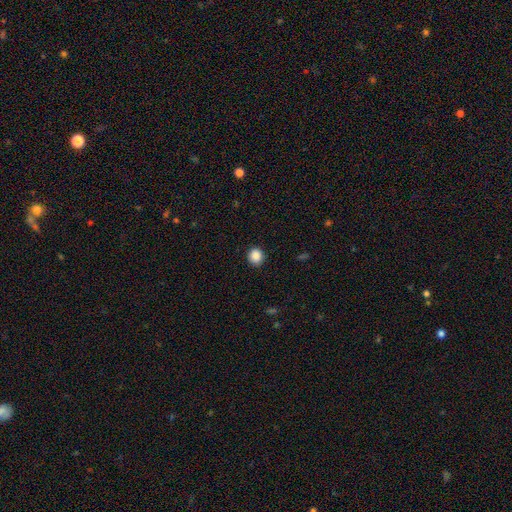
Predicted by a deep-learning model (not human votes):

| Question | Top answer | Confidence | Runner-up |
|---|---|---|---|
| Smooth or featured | smooth | 88% | star or artifact (9%) |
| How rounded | round | 86% | in between (13%) |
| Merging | none | 90% | minor disturbance (7%) |